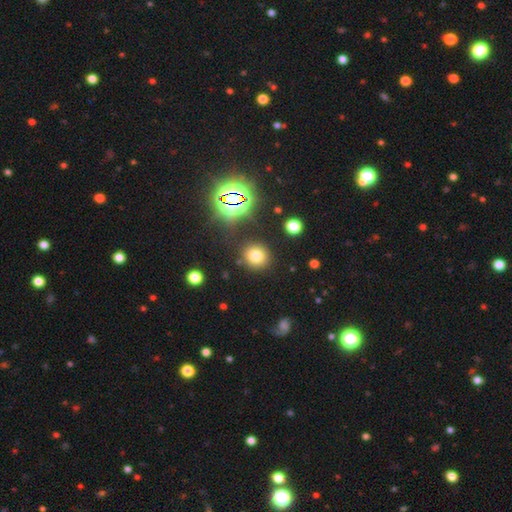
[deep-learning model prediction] A smooth galaxy with no disk features (72%) that is round (86%). Merging: none (85%).